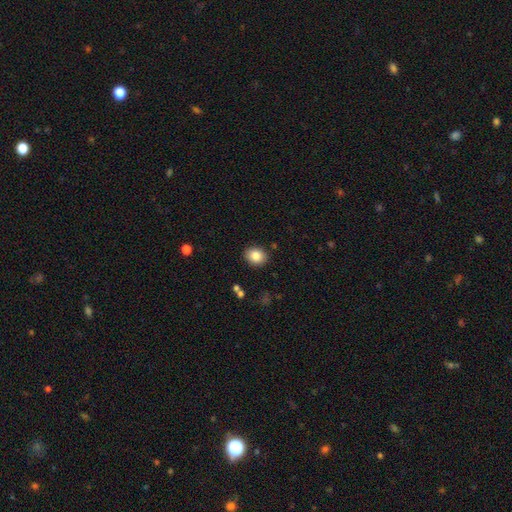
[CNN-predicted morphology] Smooth or featured? smooth (84%)
How rounded? round (56%)
Merging? none (89%)